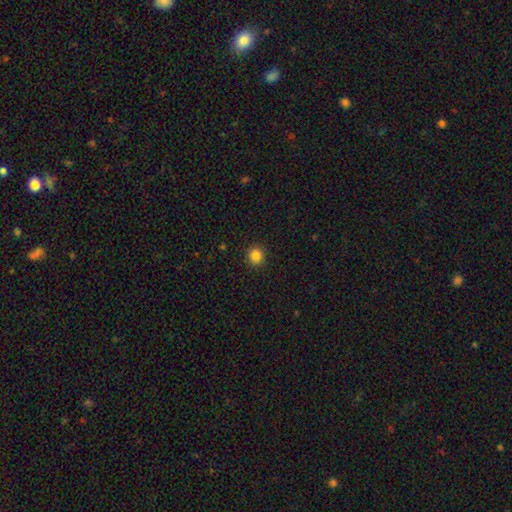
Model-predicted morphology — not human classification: Smooth or featured: smooth — 85% (star or artifact — 11%)
How rounded: round — 92% (in between — 7%)
Merging: none — 92% (minor disturbance — 5%)